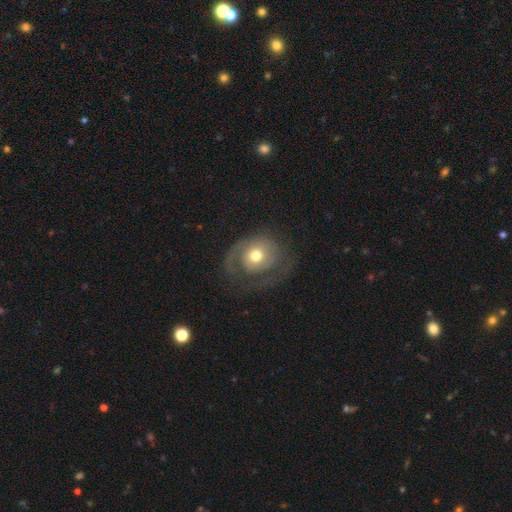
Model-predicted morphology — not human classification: Q: Smooth or featured?
A: featured or disk (61%); runner-up: smooth (32%)
Q: Edge-on disk?
A: no (97%); runner-up: yes (3%)
Q: Bar?
A: no (81%); runner-up: weak (15%)
Q: Spiral arms?
A: yes (77%); runner-up: no (23%)
Q: Bulge size?
A: moderate (71%); runner-up: small (15%)
Q: Merging?
A: none (52%); runner-up: major disturbance (27%)